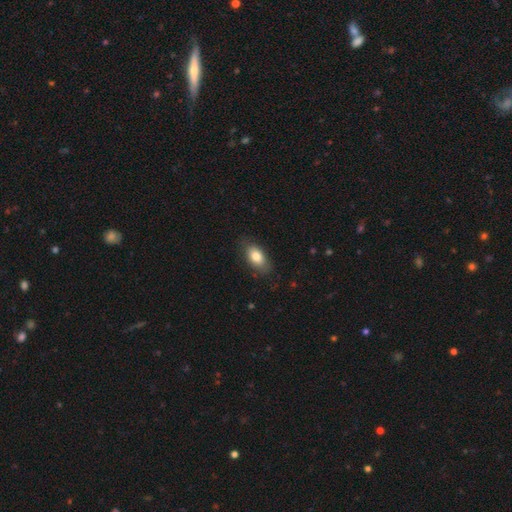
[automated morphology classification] Smooth or featured?
  - smooth: 80% *
  - featured or disk: 13%
  - star or artifact: 7%
How rounded?
  - in between: 90% *
  - round: 6%
  - cigar-shaped: 4%
Merging?
  - none: 79% *
  - minor disturbance: 16%
  - major disturbance: 4%
  - merger: 1%